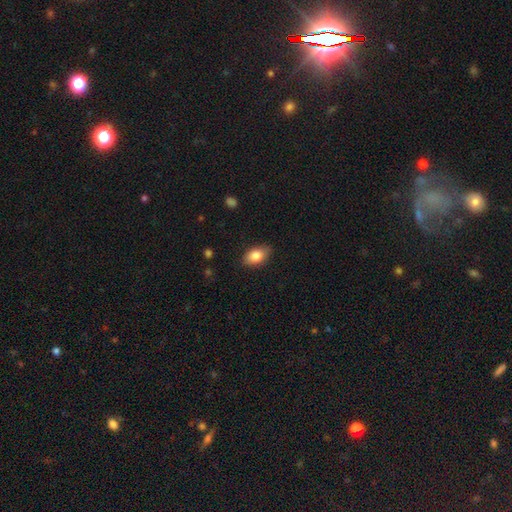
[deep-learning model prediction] The model was most divided on "merging": none: 83%, minor disturbance: 13%, major disturbance: 3%, merger: 1%. More confident: how rounded — in between (90%); smooth or featured — smooth (83%).